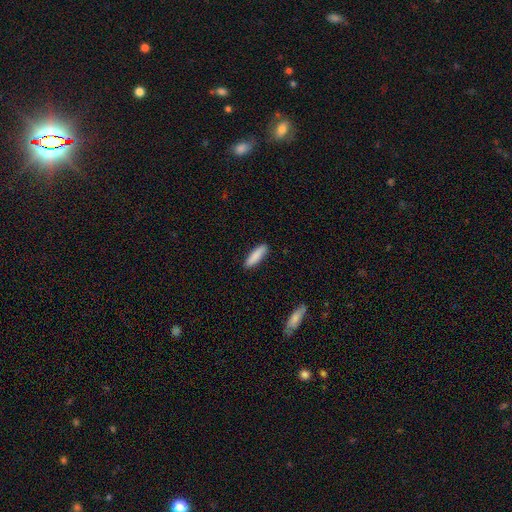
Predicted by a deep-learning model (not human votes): smooth_or_featured: smooth (p=0.87) [alt: featured or disk p=0.07]
how_rounded: cigar-shaped (p=0.66) [alt: in between p=0.33]
merging: none (p=0.89) [alt: minor disturbance p=0.08]